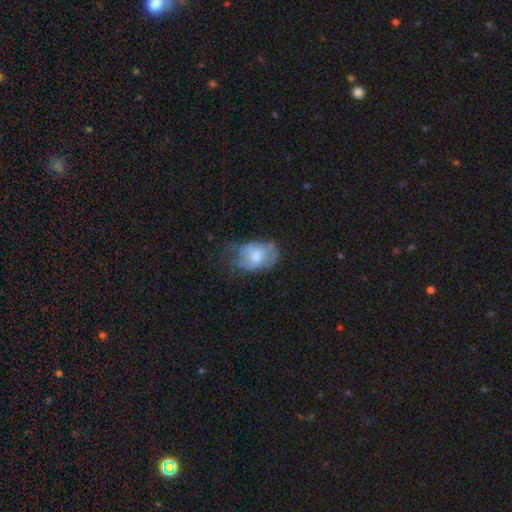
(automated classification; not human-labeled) Smooth or featured? Predicted: smooth (p=0.55). How rounded? Predicted: in between (p=0.82). Merging? Predicted: none (p=0.37).